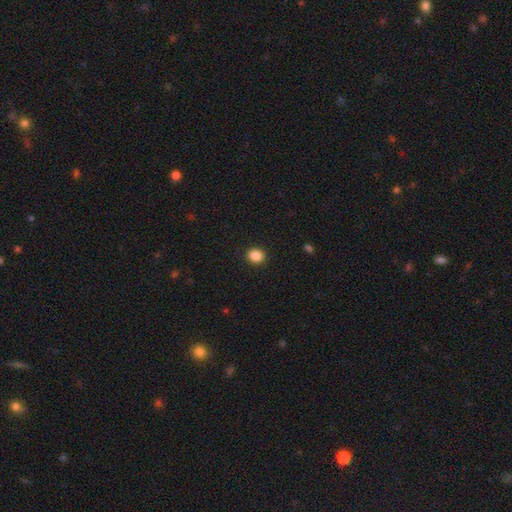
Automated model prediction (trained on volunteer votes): smooth 87%, star or artifact 10%, featured or disk 3%. Down the decision tree: how rounded — round (74%); merging — none (91%).